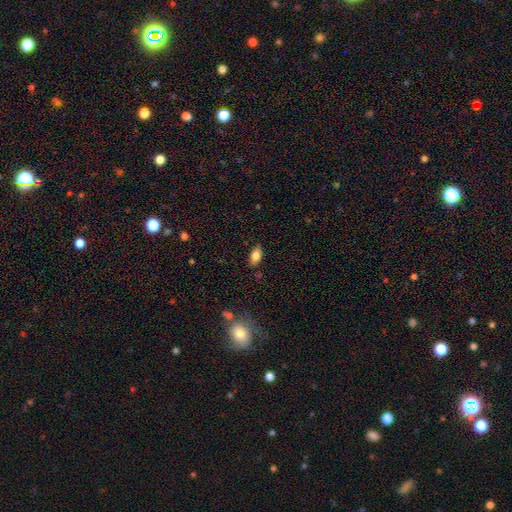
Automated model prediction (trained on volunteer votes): smooth-or-featured: smooth: 81% | featured or disk: 11% | star or artifact: 8%
  how-rounded: in between: 90% | cigar-shaped: 6% | round: 4%
  merging: none: 84% | minor disturbance: 12% | major disturbance: 3% | merger: 2%